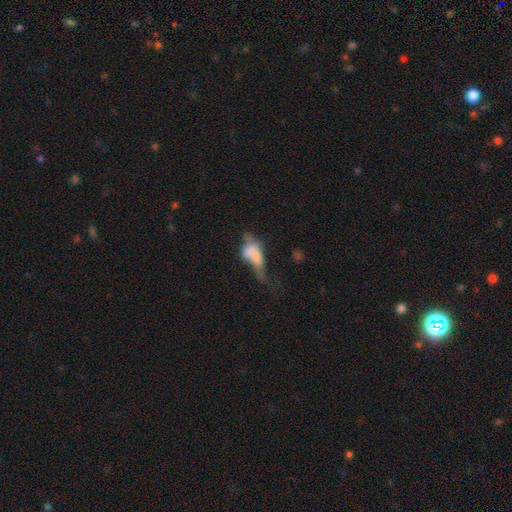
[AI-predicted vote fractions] A smooth galaxy with no disk features (48%).

Vote fractions:
- Smooth or featured? smooth: 48% / featured or disk: 40% / star or artifact: 12%
- Merging? major disturbance: 43% / merger: 24% / minor disturbance: 17% / none: 16%